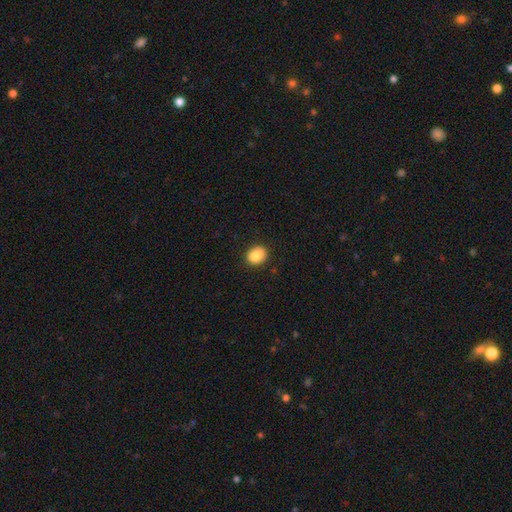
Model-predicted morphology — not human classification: smooth-or-featured: smooth: 84% | star or artifact: 9% | featured or disk: 7%
  how-rounded: round: 61% | in between: 38% | cigar-shaped: 1%
  merging: none: 83% | minor disturbance: 13% | major disturbance: 3% | merger: 2%